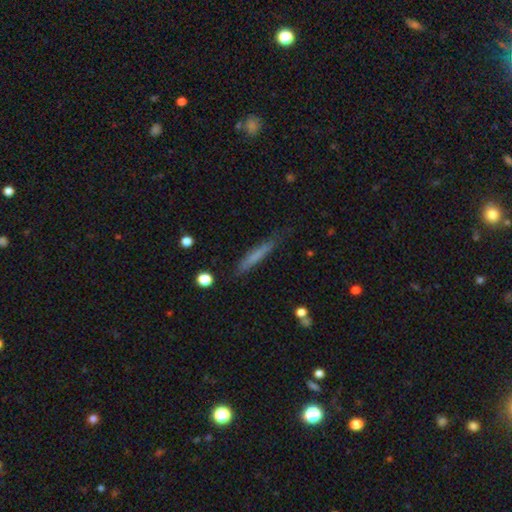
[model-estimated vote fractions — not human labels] This is likely a smooth galaxy (66%). How rounded: clearly cigar-shaped (94%). Merging: likely none (79%).